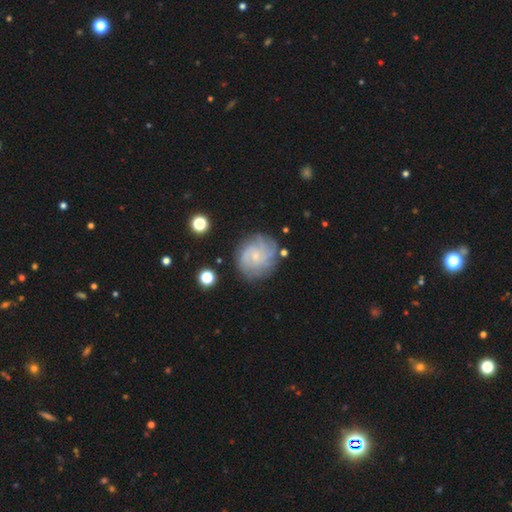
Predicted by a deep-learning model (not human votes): smooth_or_featured: featured or disk (p=0.69) [alt: smooth p=0.22]
disk_edge_on: no (p=0.98) [alt: yes p=0.02]
bar: no (p=0.72) [alt: weak p=0.24]
has_spiral_arms: yes (p=0.90) [alt: no p=0.10]
spiral_winding: tight (p=0.54) [alt: medium p=0.33]
spiral_arm_count: can't tell (p=0.41) [alt: 4 p=0.17]
bulge_size: small (p=0.78) [alt: moderate p=0.14]
merging: none (p=0.76) [alt: minor disturbance p=0.16]